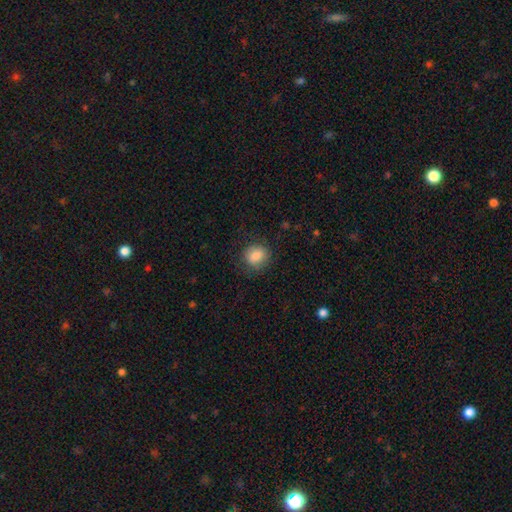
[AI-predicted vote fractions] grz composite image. It shows a smooth galaxy with no disk features (85%) that is round (72%). Merging: none (80%).